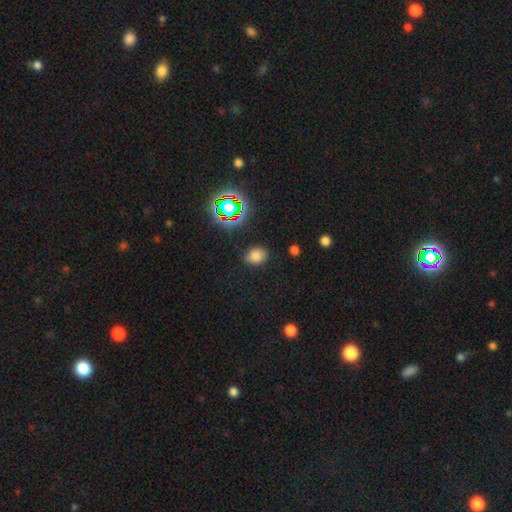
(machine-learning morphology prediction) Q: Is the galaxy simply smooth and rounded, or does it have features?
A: smooth — 74%.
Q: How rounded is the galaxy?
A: in between — 57%.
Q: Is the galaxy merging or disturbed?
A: none — 83%.